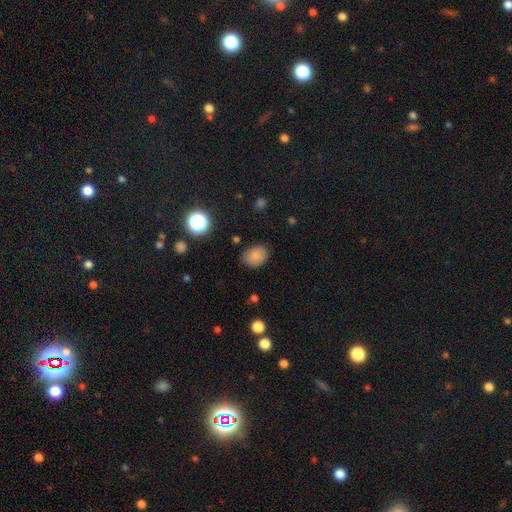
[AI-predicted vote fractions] A smooth galaxy with no disk features (82%) that is in between round and cigar-shaped (63%).

Vote fractions:
- Smooth or featured? smooth: 82% / star or artifact: 11% / featured or disk: 7%
- How rounded? in between: 63% / round: 36% / cigar-shaped: 1%
- Merging? none: 80% / minor disturbance: 15% / major disturbance: 3% / merger: 1%